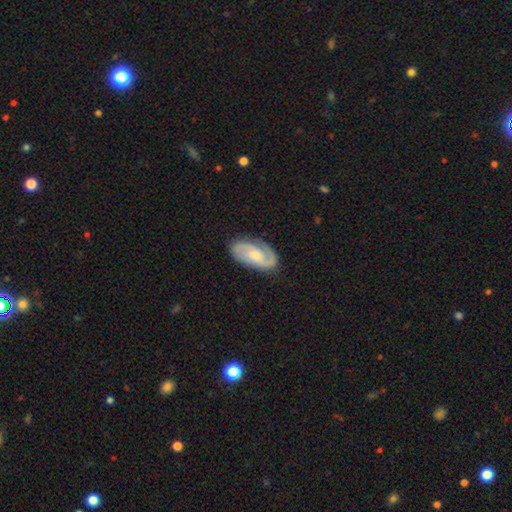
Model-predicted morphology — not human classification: The model was most divided on "bulge size": small: 41%, moderate: 40%, none: 11%, large: 6%, dominant: 1%. Remaining: edge-on disk — no (96%); spiral arms — yes (96%); spiral arm count — 2 (85%); merging — none (80%); smooth or featured — featured or disk (78%); bar — no (56%); spiral winding — medium (47%).